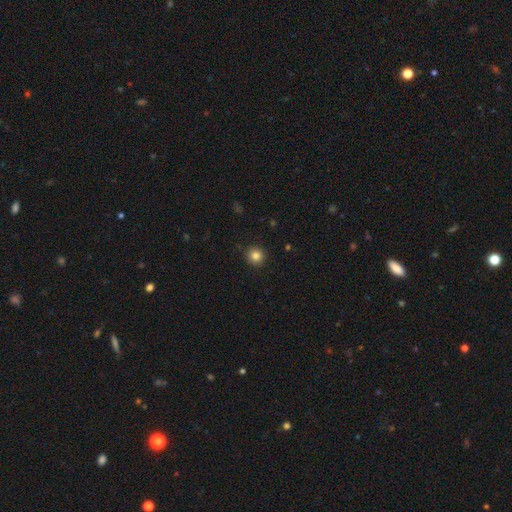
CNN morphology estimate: smooth-or-featured: smooth: 83% | star or artifact: 11% | featured or disk: 5%
  how-rounded: round: 95% | in between: 5% | cigar-shaped: 1%
  merging: none: 92% | minor disturbance: 6% | major disturbance: 2% | merger: 1%